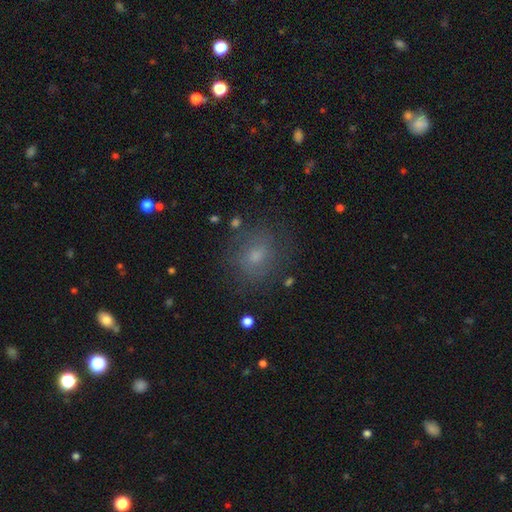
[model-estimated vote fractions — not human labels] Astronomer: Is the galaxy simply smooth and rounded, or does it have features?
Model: smooth — 62%.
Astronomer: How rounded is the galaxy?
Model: round — 69%.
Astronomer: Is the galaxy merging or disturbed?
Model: none — 77%.